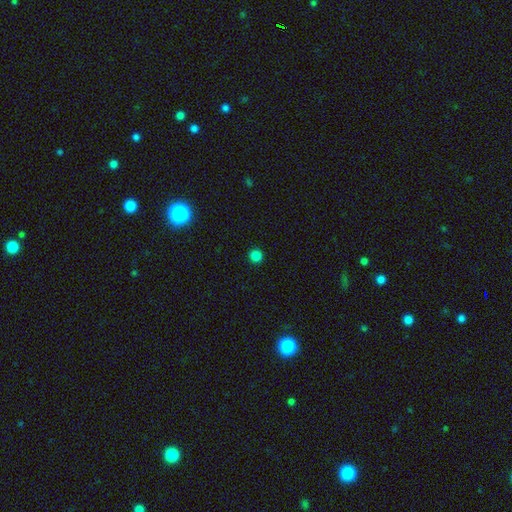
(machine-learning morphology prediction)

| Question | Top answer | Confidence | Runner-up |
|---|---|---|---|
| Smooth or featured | smooth | 83% | star or artifact (14%) |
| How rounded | round | 96% | in between (3%) |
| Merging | none | 93% | minor disturbance (4%) |